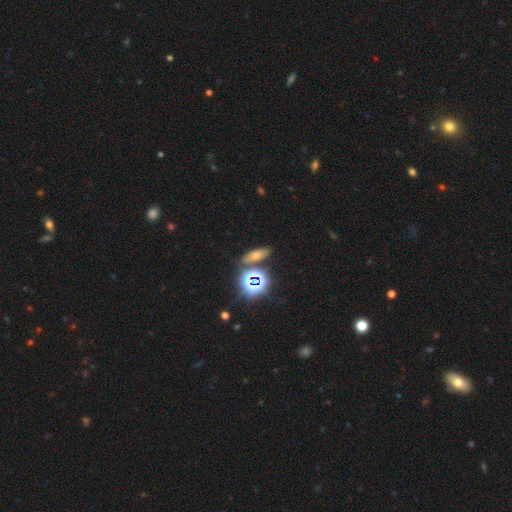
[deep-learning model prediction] Q: Smooth or featured?
A: smooth (49%); runner-up: star or artifact (35%)
Q: Merging?
A: none (78%); runner-up: minor disturbance (10%)